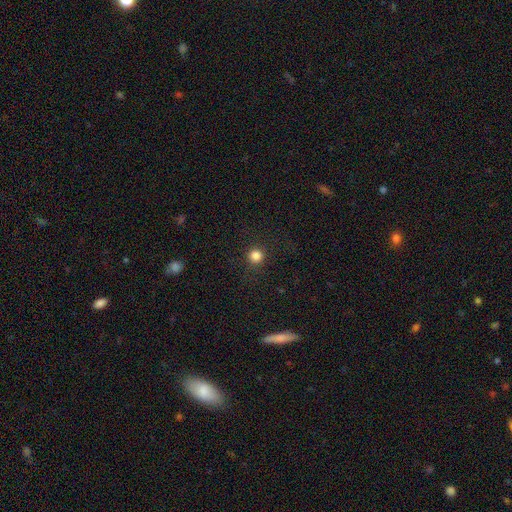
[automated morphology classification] Smooth or featured? smooth (83%)
How rounded? round (94%)
Merging? none (90%)